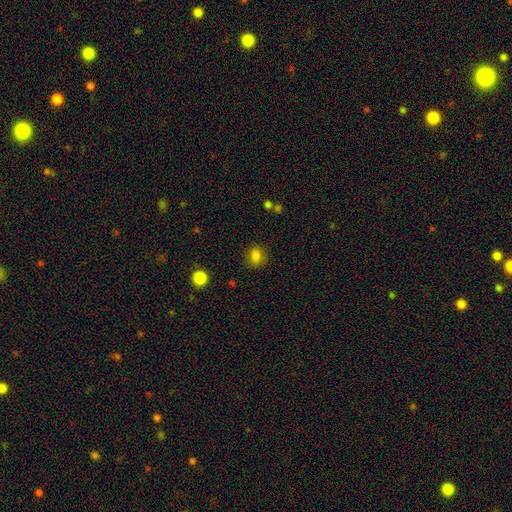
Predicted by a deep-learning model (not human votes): A smooth galaxy with no disk features (83%) that is round (72%).

Vote fractions:
- Smooth or featured? smooth: 83% / star or artifact: 12% / featured or disk: 5%
- How rounded? round: 72% / in between: 27% / cigar-shaped: 1%
- Merging? none: 85% / minor disturbance: 10% / major disturbance: 3% / merger: 2%